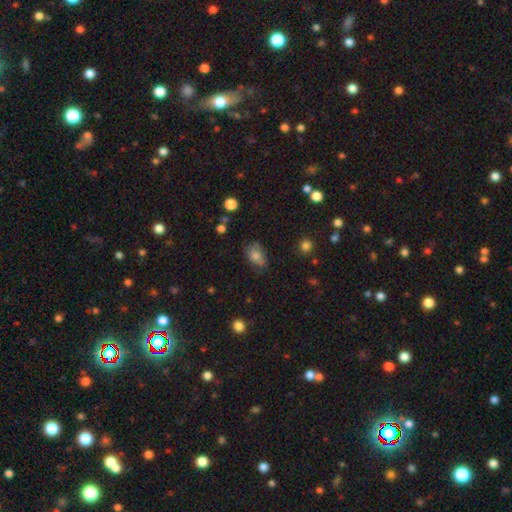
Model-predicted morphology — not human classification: Smooth or featured?
  - smooth: 73% *
  - featured or disk: 16%
  - star or artifact: 11%
How rounded?
  - in between: 84% *
  - round: 14%
  - cigar-shaped: 2%
Merging?
  - none: 64% *
  - minor disturbance: 26%
  - major disturbance: 8%
  - merger: 2%